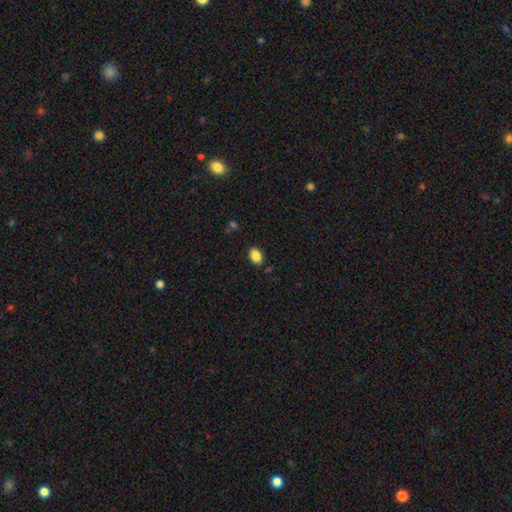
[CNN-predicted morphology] The model was most divided on "how rounded": in between: 85%, round: 14%, cigar-shaped: 1%. More confident: smooth or featured — smooth (88%); merging — none (86%).